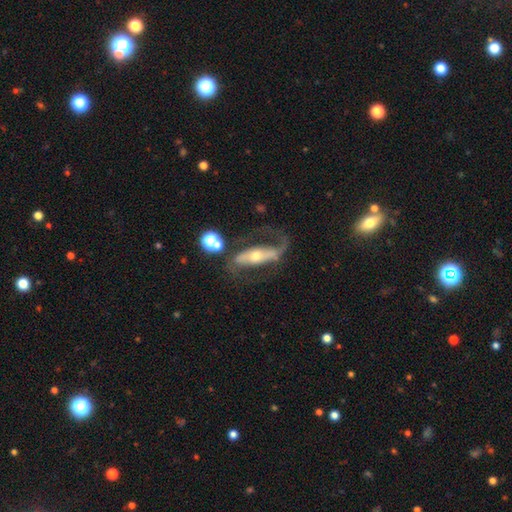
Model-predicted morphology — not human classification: Overall: featured or disk (80%). Edge-on disk: no (82%). Bar: strong (51%; no 29%). Spiral arms: yes (84%). Spiral arm count: 2 (82%). Spiral winding: loose (49%; medium 37%). Bulge size: moderate (50%; small 42%). Merging: none (55%; major disturbance 22%).